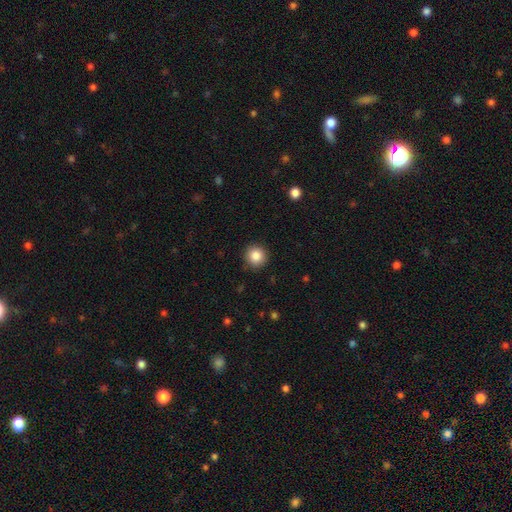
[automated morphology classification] Smooth or featured?
  - smooth: 86% *
  - star or artifact: 10%
  - featured or disk: 5%
How rounded?
  - round: 94% *
  - in between: 5%
  - cigar-shaped: 1%
Merging?
  - none: 90% *
  - minor disturbance: 7%
  - major disturbance: 2%
  - merger: 1%